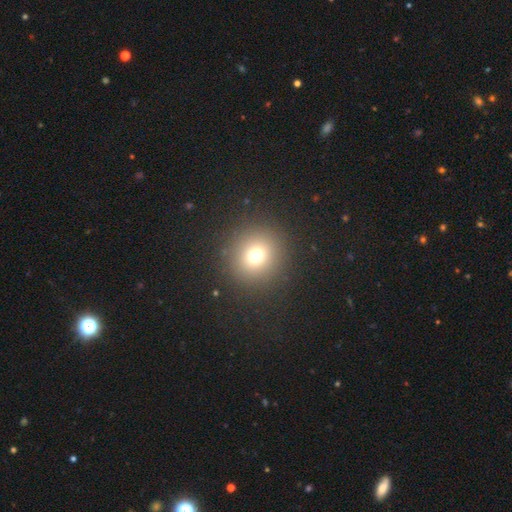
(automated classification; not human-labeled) A smooth galaxy with no disk features (71%) that is round (93%).

Vote fractions:
- Smooth or featured? smooth: 71% / star or artifact: 20% / featured or disk: 9%
- How rounded? round: 93% / in between: 6% / cigar-shaped: 1%
- Merging? none: 89% / minor disturbance: 6% / major disturbance: 4% / merger: 1%